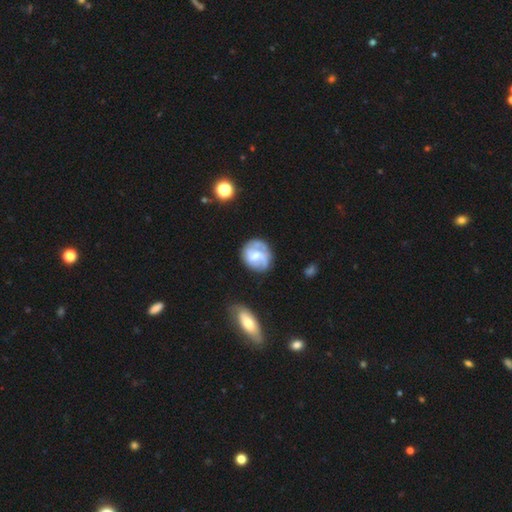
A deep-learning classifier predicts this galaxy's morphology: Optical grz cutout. It shows a featured or disk galaxy (61%) with a weak bar (44%), spiral arms (68%) and a moderate central bulge (40%). Merging: none (57%).